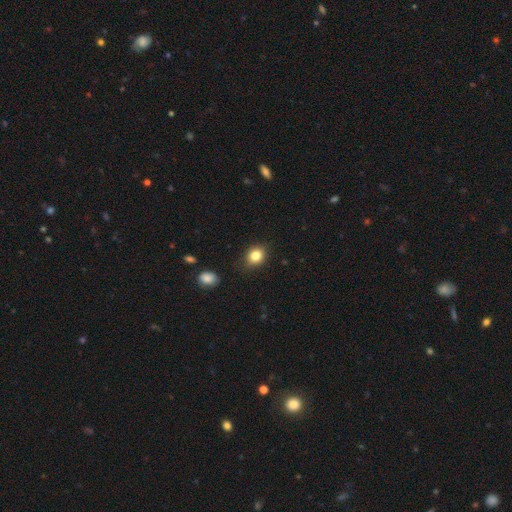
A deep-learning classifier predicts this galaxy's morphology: smooth_or_featured: smooth (p=0.83) [alt: star or artifact p=0.10]
how_rounded: round (p=0.53) [alt: in between p=0.46]
merging: none (p=0.82) [alt: minor disturbance p=0.13]